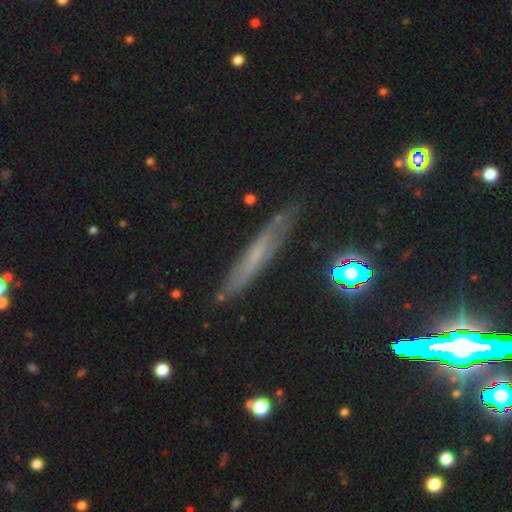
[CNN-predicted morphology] Smooth or featured? Predicted: featured or disk (p=0.49). Merging? Predicted: none (p=0.78).